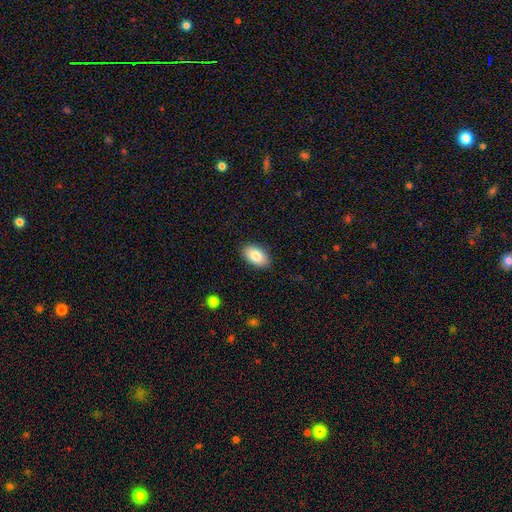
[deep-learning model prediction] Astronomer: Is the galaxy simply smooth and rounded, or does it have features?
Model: smooth — 83%.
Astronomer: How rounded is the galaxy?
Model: in between — 93%.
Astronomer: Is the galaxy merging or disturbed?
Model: none — 88%.